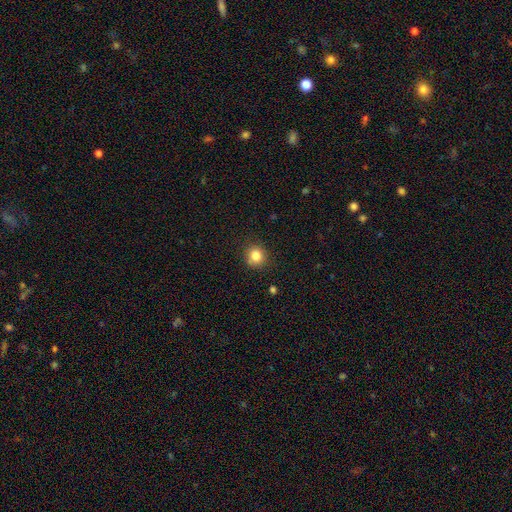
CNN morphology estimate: A smooth galaxy with no disk features (82%) that is round (88%).

Vote fractions:
- Smooth or featured? smooth: 82% / star or artifact: 11% / featured or disk: 6%
- How rounded? round: 88% / in between: 11% / cigar-shaped: 1%
- Merging? none: 85% / minor disturbance: 9% / merger: 3% / major disturbance: 3%